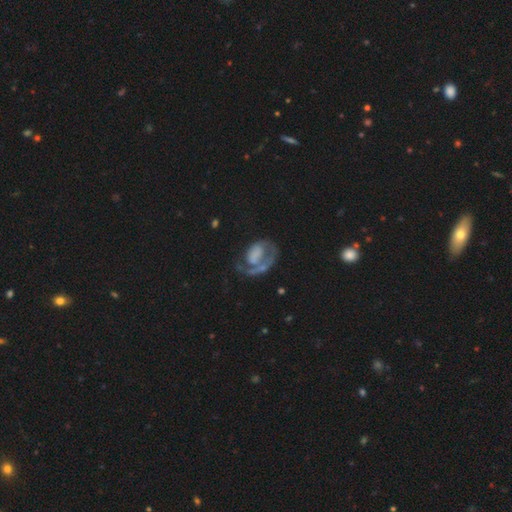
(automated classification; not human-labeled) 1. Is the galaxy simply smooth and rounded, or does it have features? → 63% featured or disk, 29% smooth, 8% star or artifact.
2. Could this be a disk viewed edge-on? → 98% no, 2% yes.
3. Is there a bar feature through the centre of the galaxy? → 78% no, 15% weak, 6% strong.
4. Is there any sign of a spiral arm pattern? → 60% yes, 40% no.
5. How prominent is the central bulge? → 58% none, 14% large, 12% moderate, 11% small, 5% dominant.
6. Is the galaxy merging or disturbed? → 43% major disturbance, 33% none, 17% minor disturbance, 7% merger.